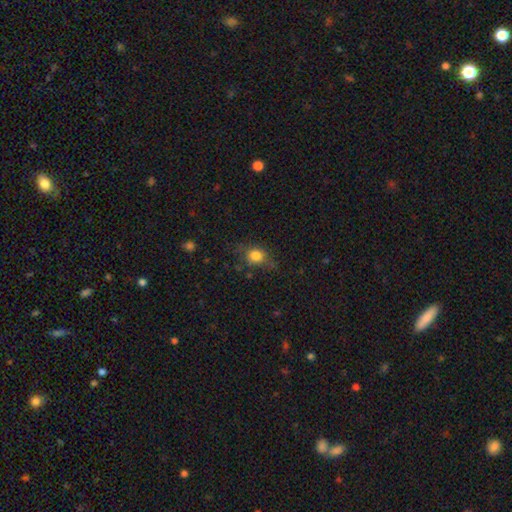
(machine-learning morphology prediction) Smooth or featured? Predicted: smooth (p=0.79). How rounded? Predicted: round (p=0.62). Merging? Predicted: none (p=0.64).